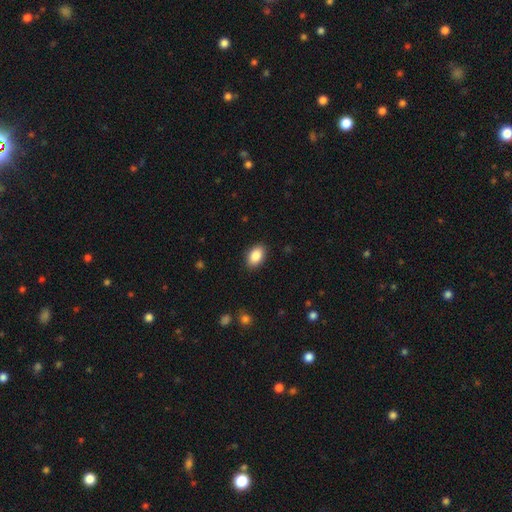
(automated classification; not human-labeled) A smooth galaxy with no disk features (87%) that is in between round and cigar-shaped (90%). Merging: none (88%).